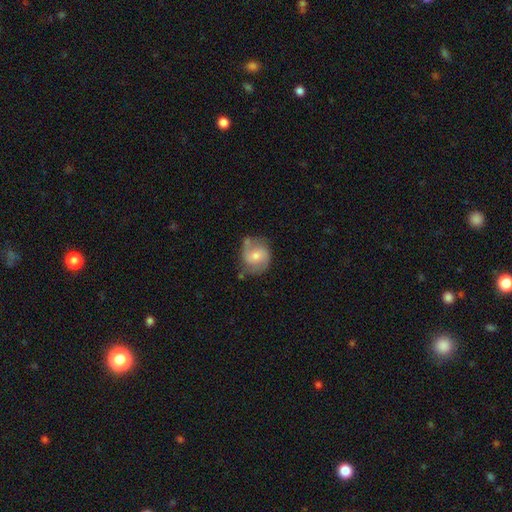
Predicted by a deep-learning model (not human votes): The model was most divided on "bulge size": moderate: 53%, small: 41%, large: 3%, none: 2%, dominant: 1%. More confident: edge-on disk — no (97%); spiral arms — yes (83%); merging — none (61%); bar — no (56%); smooth or featured — featured or disk (55%).